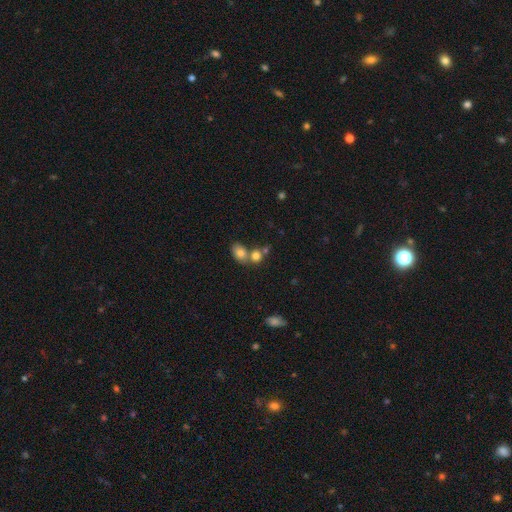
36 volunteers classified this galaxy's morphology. smooth_or_featured: smooth (p=0.78) [alt: featured or disk p=0.17]
how_rounded: round (p=0.64) [alt: in between p=0.32]
merging: merger (p=0.44) [alt: none p=0.38]